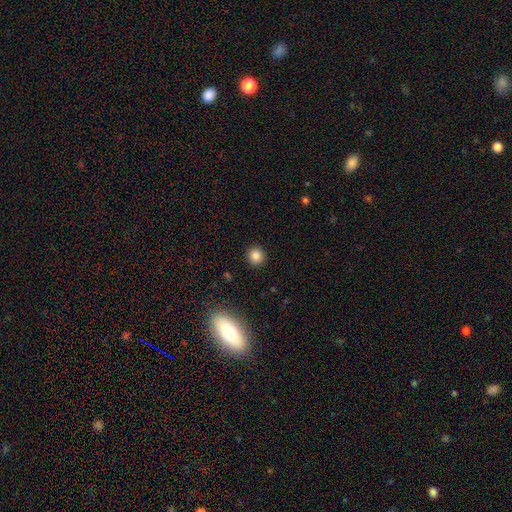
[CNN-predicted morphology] Smooth or featured?
  - smooth: 84% *
  - star or artifact: 12%
  - featured or disk: 5%
How rounded?
  - round: 89% *
  - in between: 10%
  - cigar-shaped: 1%
Merging?
  - none: 91% *
  - minor disturbance: 5%
  - major disturbance: 2%
  - merger: 1%